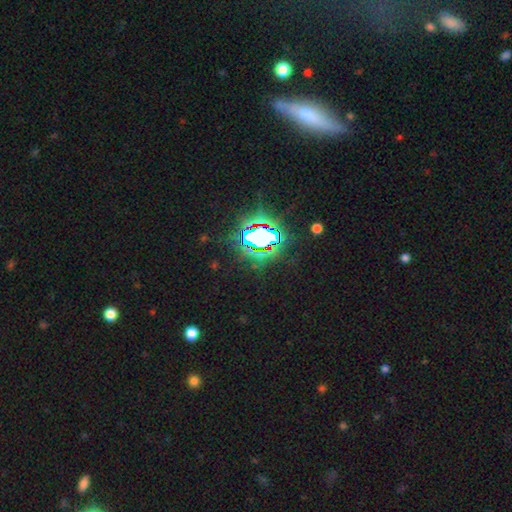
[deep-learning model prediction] This is likely a star or artifact rather than a galaxy (77%).